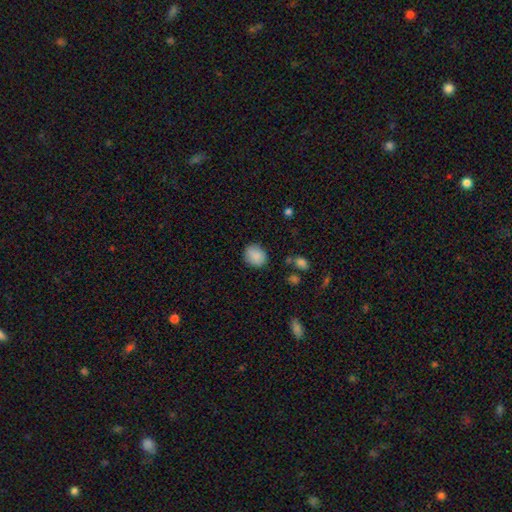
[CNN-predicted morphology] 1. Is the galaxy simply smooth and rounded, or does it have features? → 88% smooth, 8% star or artifact, 4% featured or disk.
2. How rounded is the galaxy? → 59% round, 40% in between, 1% cigar-shaped.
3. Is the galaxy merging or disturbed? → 83% none, 12% minor disturbance, 3% major disturbance, 2% merger.